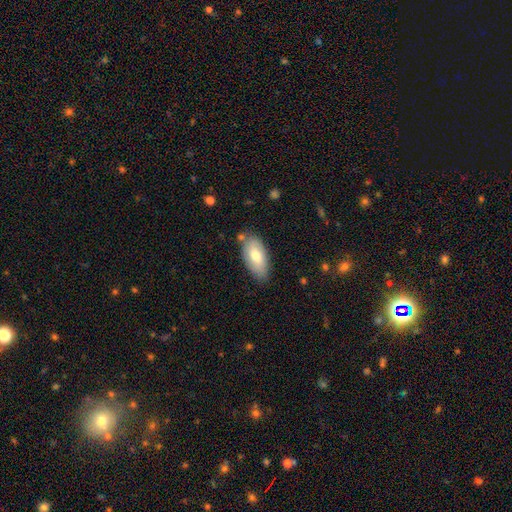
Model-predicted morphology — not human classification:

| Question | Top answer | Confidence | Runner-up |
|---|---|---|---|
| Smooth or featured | smooth | 73% | featured or disk (21%) |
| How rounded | in between | 91% | cigar-shaped (7%) |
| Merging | none | 76% | minor disturbance (17%) |